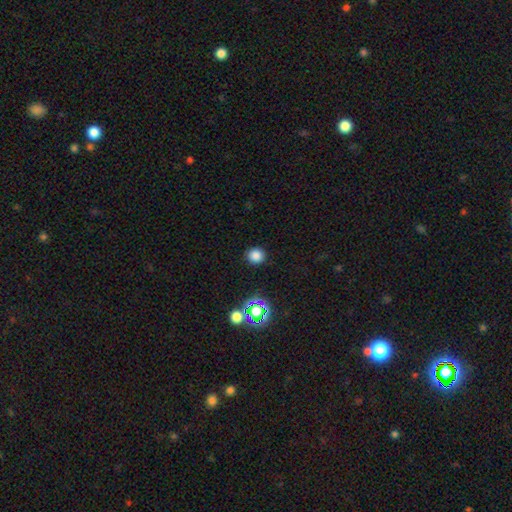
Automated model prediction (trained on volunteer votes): Smooth or featured? smooth (79%)
How rounded? round (90%)
Merging? none (89%)